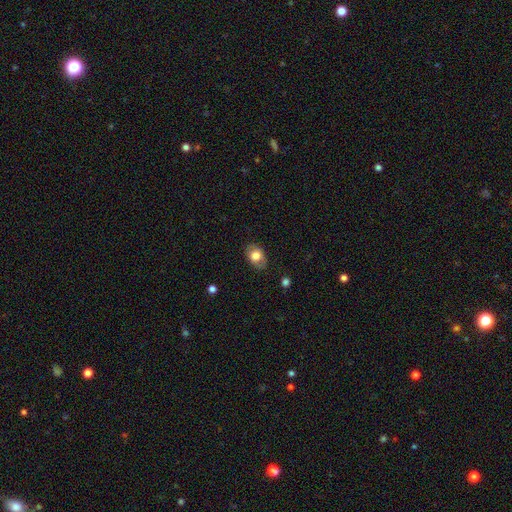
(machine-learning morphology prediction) smooth_or_featured: smooth (p=0.75) [alt: featured or disk p=0.18]
how_rounded: in between (p=0.80) [alt: round p=0.19]
merging: none (p=0.82) [alt: minor disturbance p=0.14]